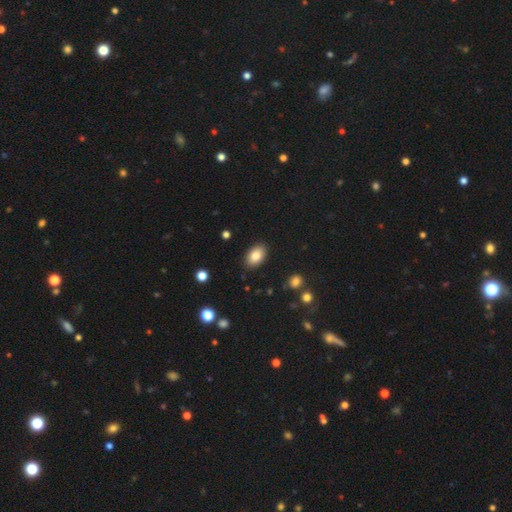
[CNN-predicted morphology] This appears to be a smooth galaxy with no disk features (84%) that is in between round and cigar-shaped (90%). Merging: none (88%).